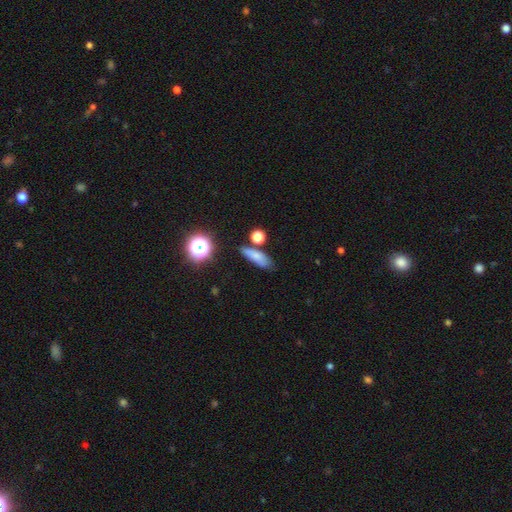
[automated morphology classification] Smooth or featured: smooth — 74% (featured or disk — 13%)
How rounded: in between — 51% (cigar-shaped — 38%)
Merging: none — 66% (minor disturbance — 20%)